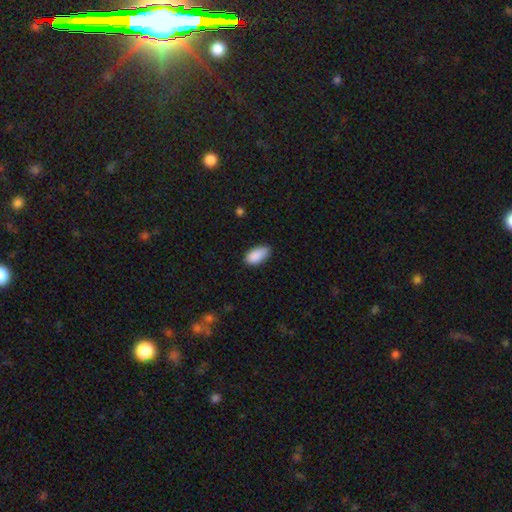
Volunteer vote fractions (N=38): smooth-or-featured: smooth: 87% | featured or disk: 8% | star or artifact: 5%
  how-rounded: in between: 100% | round: 0% | cigar-shaped: 0%
  merging: none: 61% | minor disturbance: 36% | major disturbance: 3% | merger: 0%